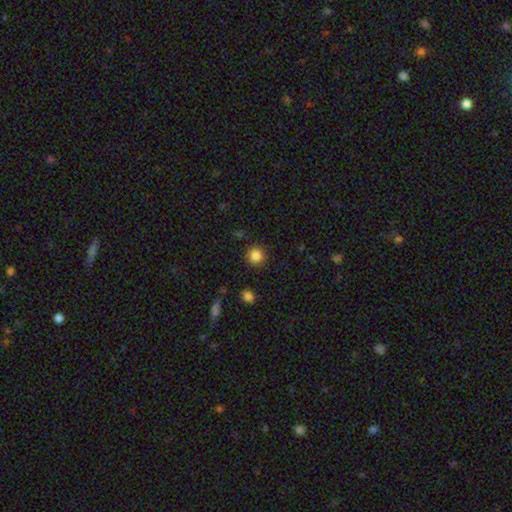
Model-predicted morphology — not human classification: This is clearly a smooth galaxy (84%). How rounded: clearly round (93%). Merging: clearly none (90%).